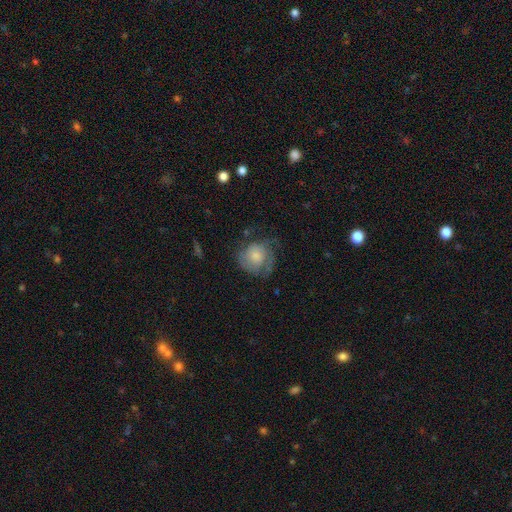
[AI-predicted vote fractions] This is possibly a smooth galaxy (49%). Merging: possibly none (52%).